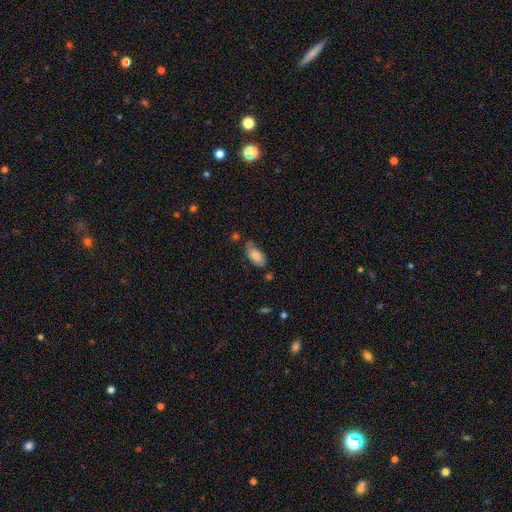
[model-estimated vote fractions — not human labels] smooth 79%, featured or disk 14%, star or artifact 7%. Down the decision tree: how rounded — in between (92%); merging — none (55%).